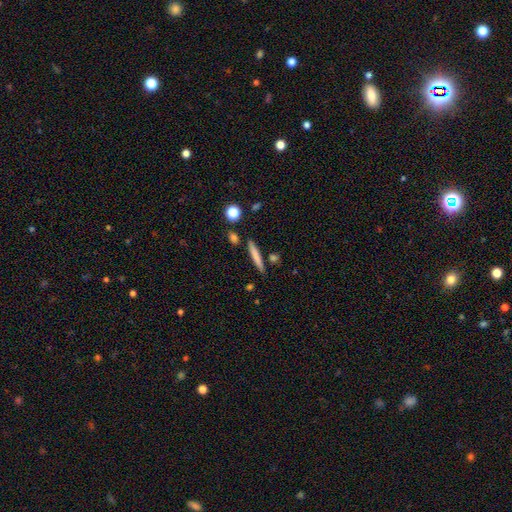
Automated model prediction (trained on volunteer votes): Q: Smooth or featured?
A: smooth (73%); runner-up: featured or disk (20%)
Q: How rounded?
A: cigar-shaped (93%); runner-up: in between (5%)
Q: Merging?
A: none (84%); runner-up: minor disturbance (9%)